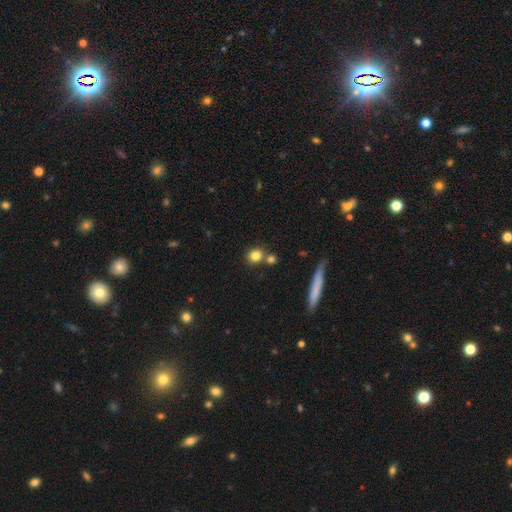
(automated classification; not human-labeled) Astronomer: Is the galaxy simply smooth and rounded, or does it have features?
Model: smooth — 81%.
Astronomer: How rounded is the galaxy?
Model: round — 80%.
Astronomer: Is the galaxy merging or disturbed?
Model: none — 68%.